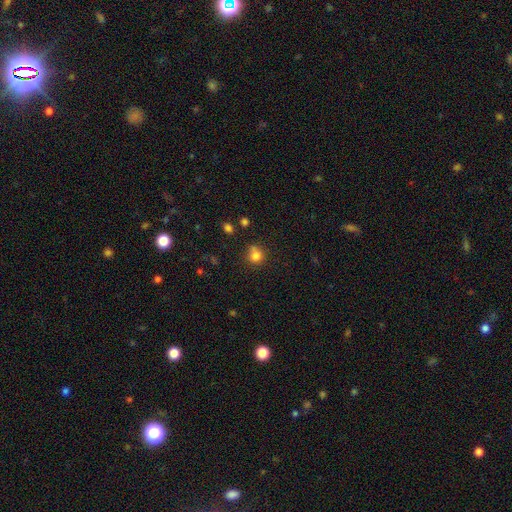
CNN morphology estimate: smooth 81%, star or artifact 13%, featured or disk 6%. Down the decision tree: how rounded — round (87%); merging — none (66%).